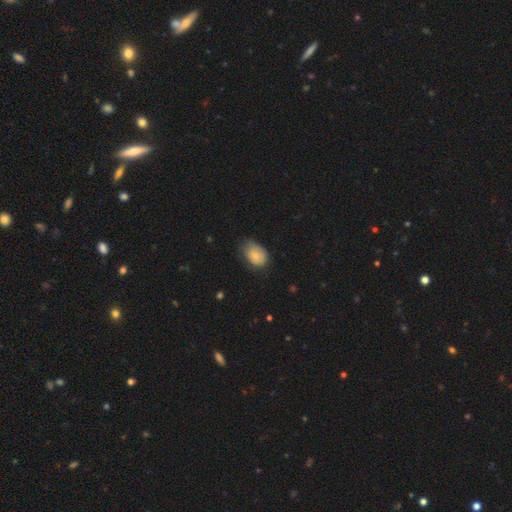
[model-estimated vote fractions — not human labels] This is likely a smooth galaxy (78%). How rounded: likely in between (75%). Merging: possibly none (48%).